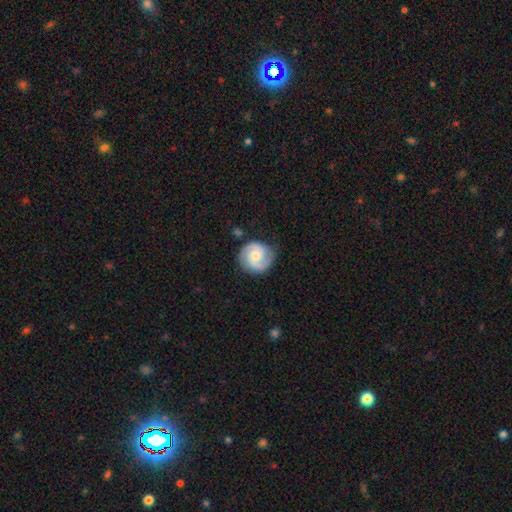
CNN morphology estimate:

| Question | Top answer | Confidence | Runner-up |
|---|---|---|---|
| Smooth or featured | featured or disk | 80% | smooth (15%) |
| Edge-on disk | no | 98% | yes (2%) |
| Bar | no | 60% | weak (34%) |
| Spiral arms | yes | 97% | no (3%) |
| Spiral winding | medium | 47% | tight (41%) |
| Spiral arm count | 2 | 90% | can't tell (4%) |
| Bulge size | moderate | 55% | small (37%) |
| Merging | none | 83% | minor disturbance (12%) |